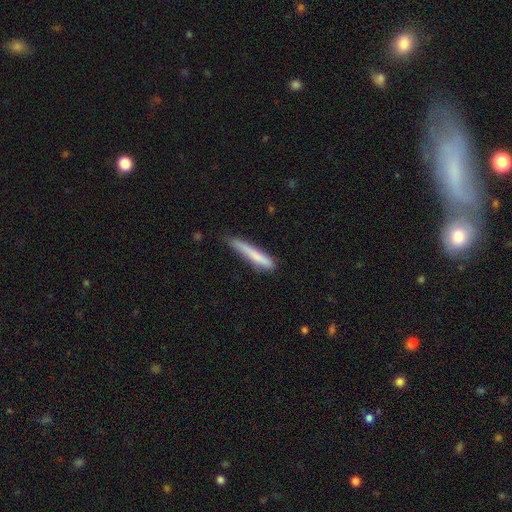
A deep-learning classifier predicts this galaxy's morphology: Smooth or featured: smooth — 76% (featured or disk — 18%)
How rounded: cigar-shaped — 94% (in between — 4%)
Merging: none — 66% (minor disturbance — 27%)